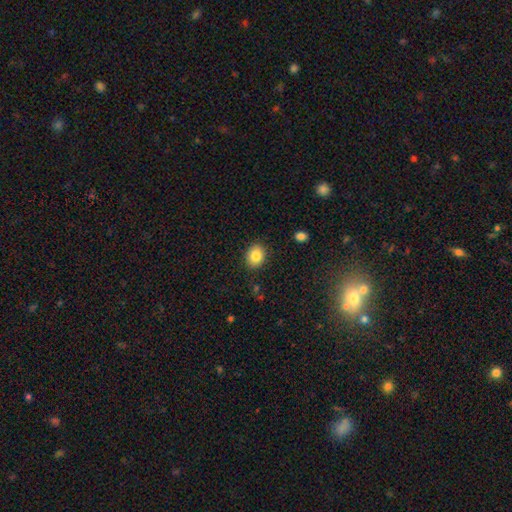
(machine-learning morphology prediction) Smooth or featured: smooth — 85% (star or artifact — 9%)
How rounded: round — 52% (in between — 47%)
Merging: none — 88% (minor disturbance — 8%)